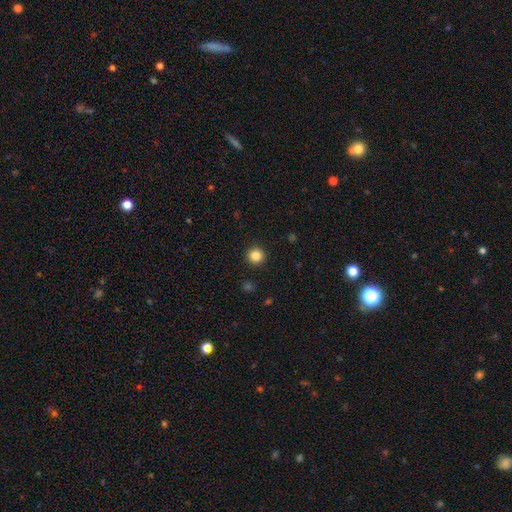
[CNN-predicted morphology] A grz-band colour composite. It shows a smooth galaxy with no disk features (85%) that is round (95%). Merging: none (93%).